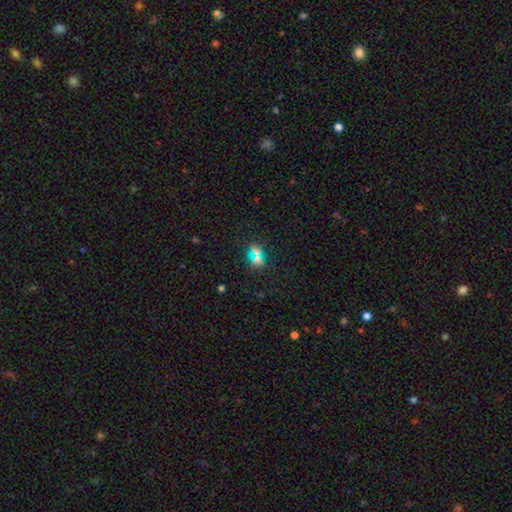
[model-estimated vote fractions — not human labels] Smooth or featured? smooth (52%)
How rounded? round (59%)
Merging? none (80%)